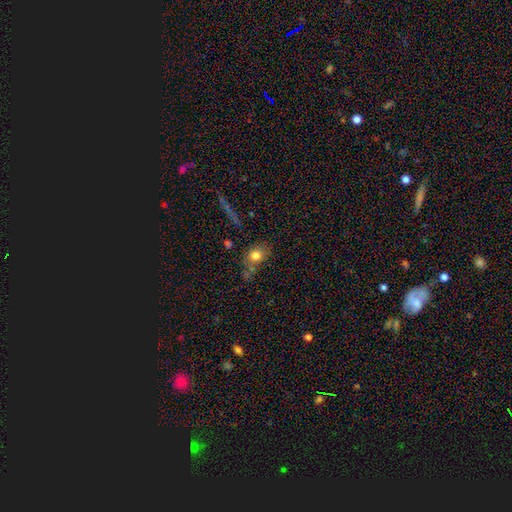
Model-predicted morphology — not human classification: smooth 77%, star or artifact 12%, featured or disk 11%. Down the decision tree: how rounded — round (56%); merging — none (59%).